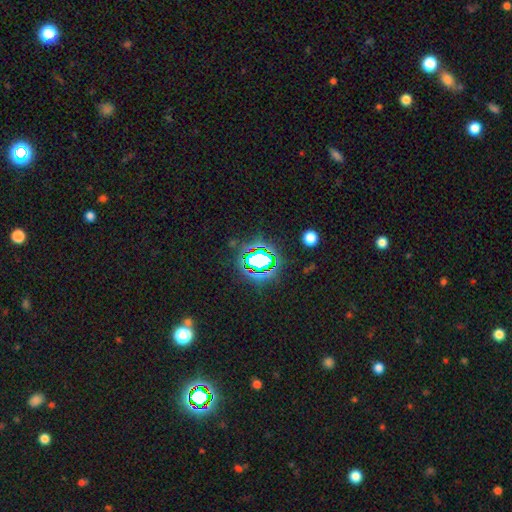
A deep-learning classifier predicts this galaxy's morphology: Overall: star or artifact (74%).